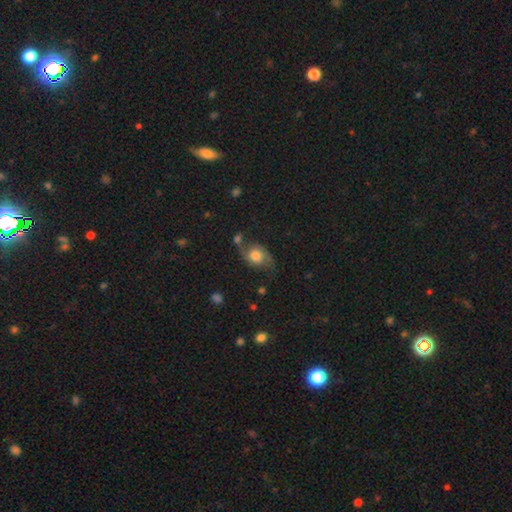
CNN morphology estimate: This appears to be a featured or disk galaxy (51%). Merging: none (56%).